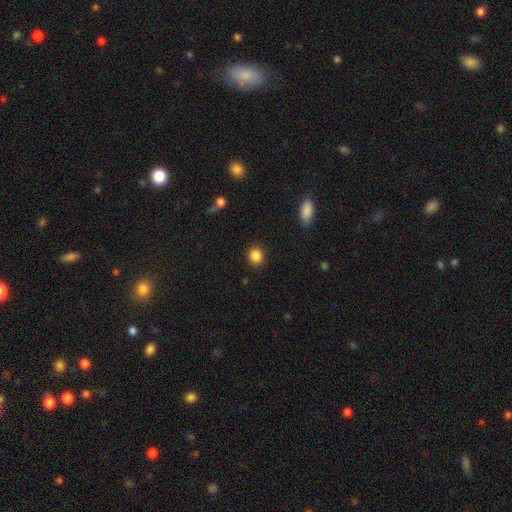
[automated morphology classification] The model was most divided on "how rounded": round: 81%, in between: 18%, cigar-shaped: 1%. More confident: merging — none (90%); smooth or featured — smooth (87%).